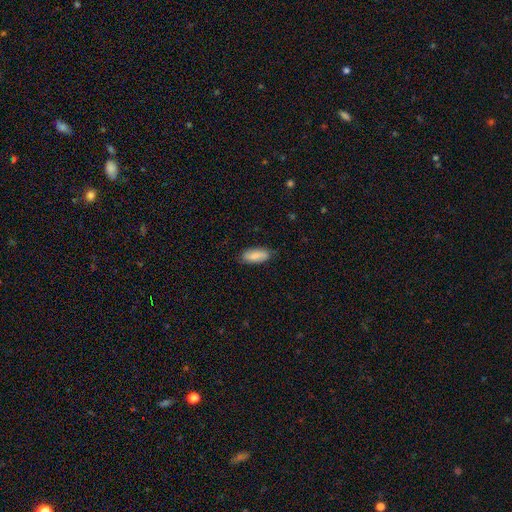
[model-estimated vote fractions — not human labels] Smooth or featured? smooth (82%)
How rounded? in between (84%)
Merging? none (81%)